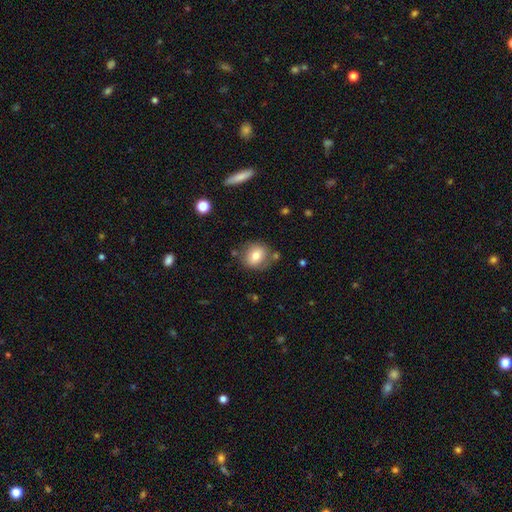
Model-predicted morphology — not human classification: smooth 74%, featured or disk 17%, star or artifact 9%. Down the decision tree: how rounded — round (70%); merging — none (74%).